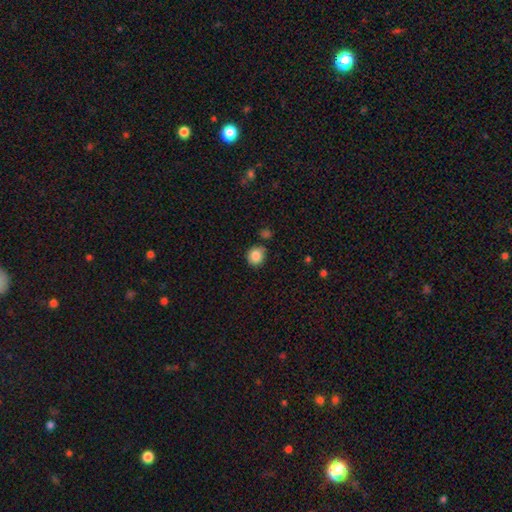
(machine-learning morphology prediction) smooth-or-featured: smooth: 85% | star or artifact: 10% | featured or disk: 6%
  how-rounded: round: 85% | in between: 14% | cigar-shaped: 1%
  merging: none: 76% | minor disturbance: 16% | merger: 5% | major disturbance: 3%